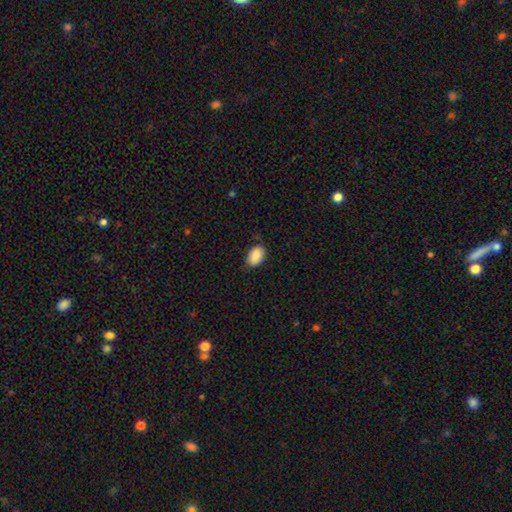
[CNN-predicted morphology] smooth_or_featured: smooth (p=0.89) [alt: star or artifact p=0.07]
how_rounded: in between (p=0.89) [alt: round p=0.10]
merging: none (p=0.80) [alt: minor disturbance p=0.16]